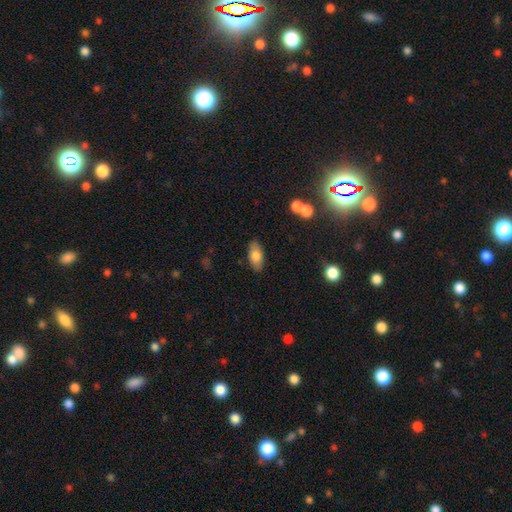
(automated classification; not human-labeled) Smooth or featured: smooth — 77% (featured or disk — 16%)
How rounded: in between — 89% (cigar-shaped — 8%)
Merging: none — 86% (minor disturbance — 10%)